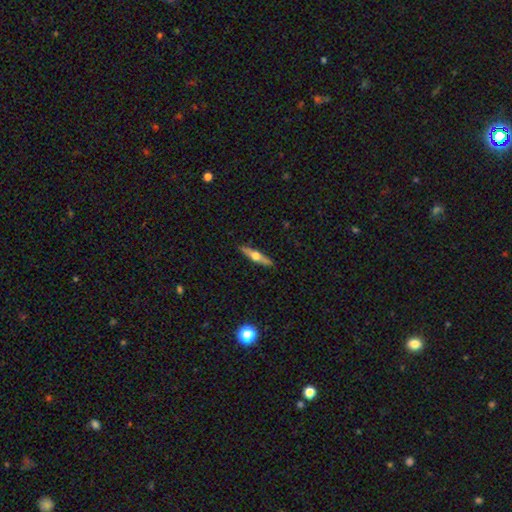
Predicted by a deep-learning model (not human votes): featured or disk 60%, smooth 34%, star or artifact 6%. Down the decision tree: edge-on disk — yes (95%); edge-on bulge — rounded (94%); merging — none (90%).